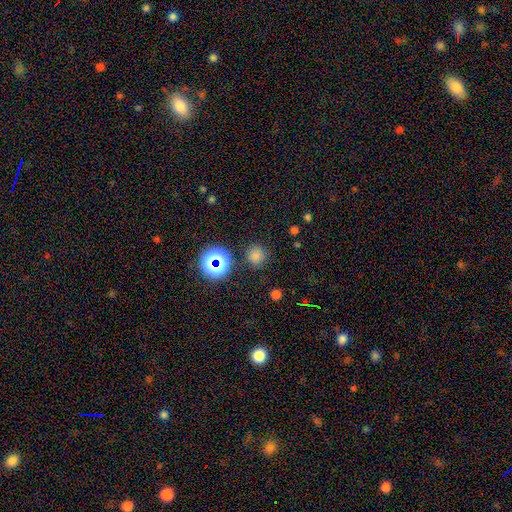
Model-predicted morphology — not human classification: Smooth or featured?
  - smooth: 71% *
  - star or artifact: 23%
  - featured or disk: 5%
How rounded?
  - round: 91% *
  - in between: 8%
  - cigar-shaped: 1%
Merging?
  - none: 84% *
  - minor disturbance: 9%
  - major disturbance: 4%
  - merger: 3%